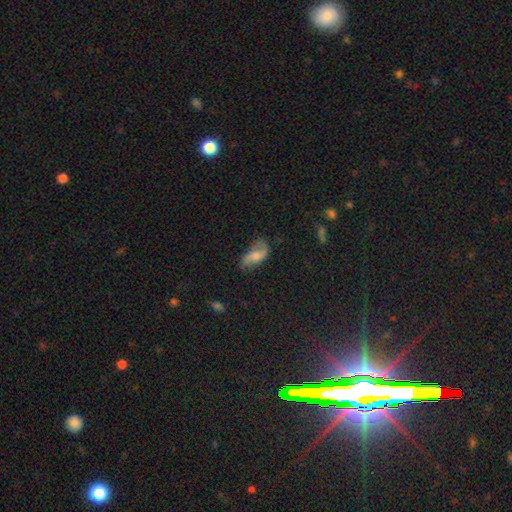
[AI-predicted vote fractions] A featured or disk galaxy (49%).

Vote fractions:
- Smooth or featured? featured or disk: 49% / smooth: 42% / star or artifact: 9%
- Merging? none: 54% / minor disturbance: 28% / major disturbance: 15% / merger: 3%